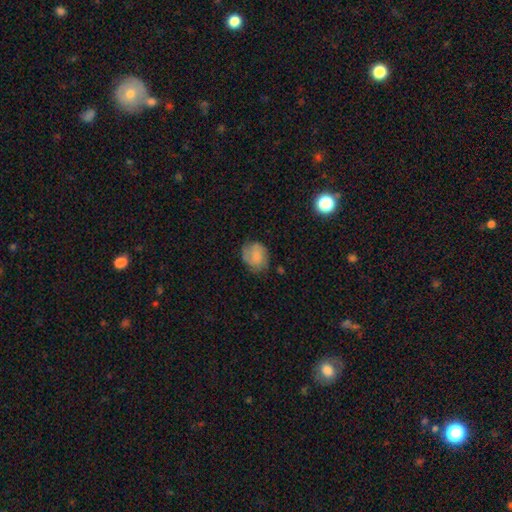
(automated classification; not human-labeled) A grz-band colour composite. It shows a smooth galaxy with no disk features (68%) that is round (63%). Merging: none (65%).